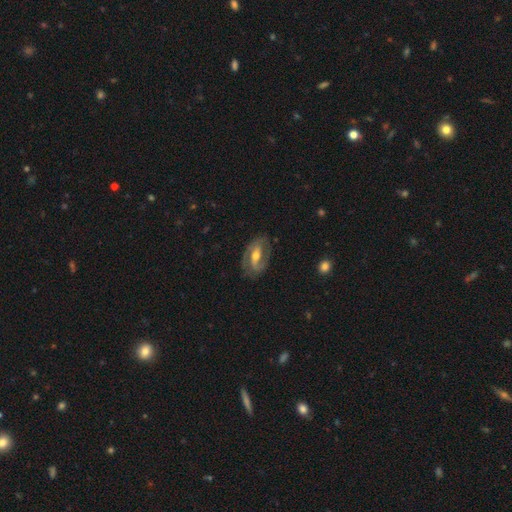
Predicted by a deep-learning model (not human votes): Smooth or featured? Predicted: featured or disk (p=0.80). Edge-on disk? Predicted: no (p=0.94). Bar? Predicted: strong (p=0.48). Spiral arms? Predicted: yes (p=0.85). Spiral winding? Predicted: medium (p=0.47). Spiral arm count? Predicted: 2 (p=0.82). Bulge size? Predicted: moderate (p=0.65). Merging? Predicted: none (p=0.73).